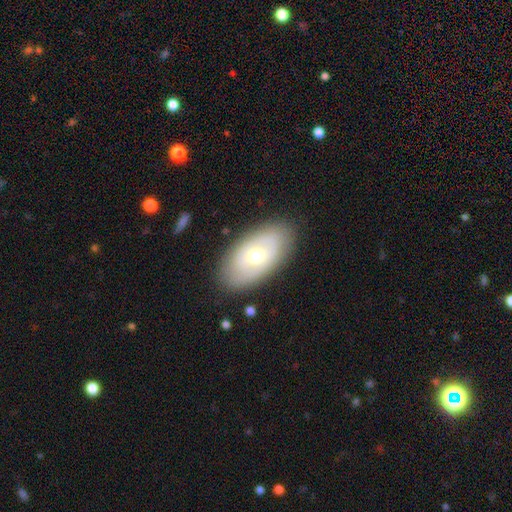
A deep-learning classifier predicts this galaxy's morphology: smooth_or_featured: smooth (p=0.50) [alt: featured or disk p=0.43]
how_rounded: in between (p=0.92) [alt: round p=0.06]
merging: none (p=0.84) [alt: minor disturbance p=0.11]